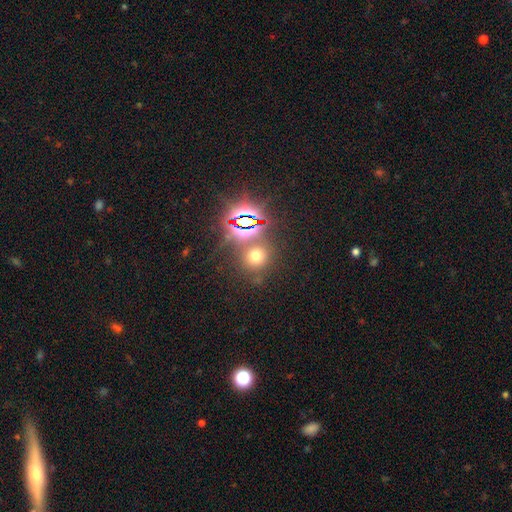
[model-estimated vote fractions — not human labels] A smooth galaxy with no disk features (54%) that is round (86%).

Vote fractions:
- Smooth or featured? smooth: 54% / star or artifact: 37% / featured or disk: 9%
- How rounded? round: 86% / in between: 13% / cigar-shaped: 1%
- Merging? none: 73% / merger: 13% / minor disturbance: 9% / major disturbance: 5%